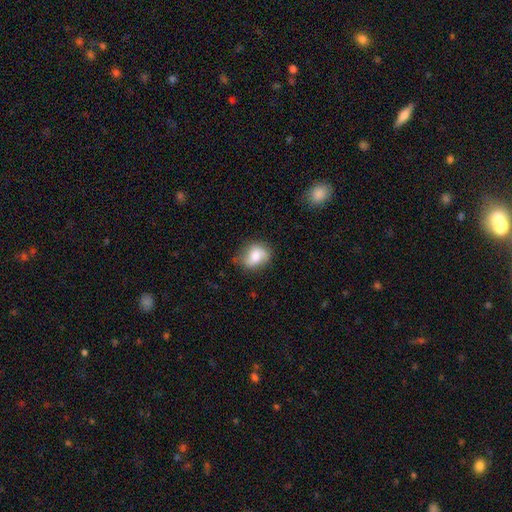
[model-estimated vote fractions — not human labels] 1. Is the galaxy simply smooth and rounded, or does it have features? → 70% smooth, 21% featured or disk, 8% star or artifact.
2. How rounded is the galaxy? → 57% in between, 42% round, 1% cigar-shaped.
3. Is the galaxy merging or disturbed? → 60% none, 29% minor disturbance, 9% major disturbance, 2% merger.